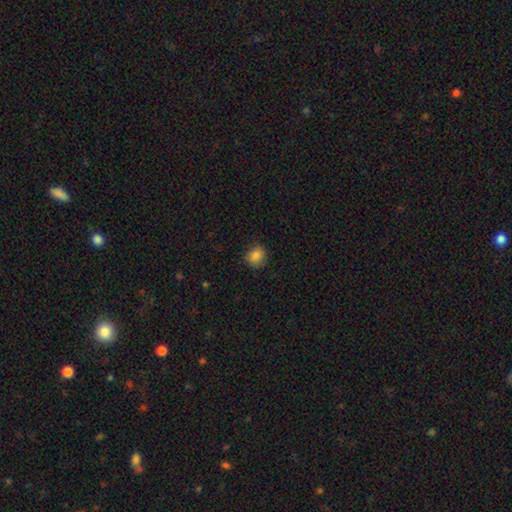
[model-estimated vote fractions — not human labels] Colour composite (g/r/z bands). It shows a smooth galaxy with no disk features (84%) that is round (82%). Merging: none (86%).